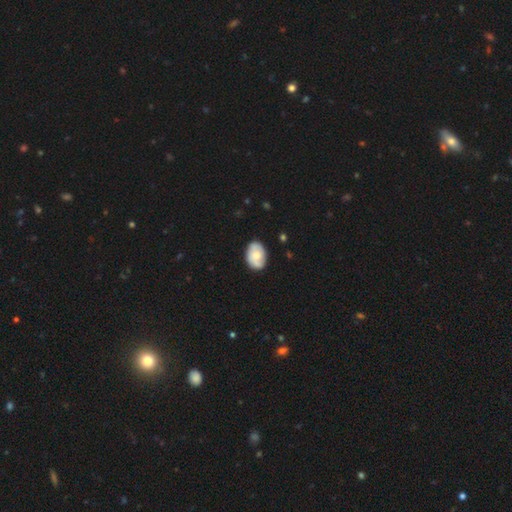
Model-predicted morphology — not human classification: Overall: smooth (57%; featured or disk 36%). How rounded: in between (80%). Merging: none (77%).